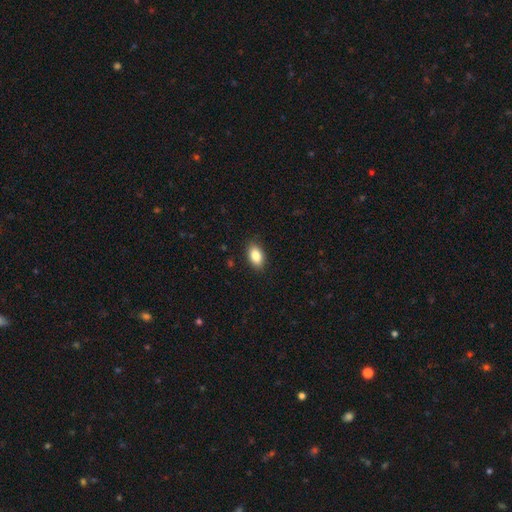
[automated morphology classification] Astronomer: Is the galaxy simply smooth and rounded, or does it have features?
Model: smooth — 87%.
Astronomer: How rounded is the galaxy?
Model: in between — 91%.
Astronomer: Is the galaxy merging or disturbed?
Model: none — 87%.